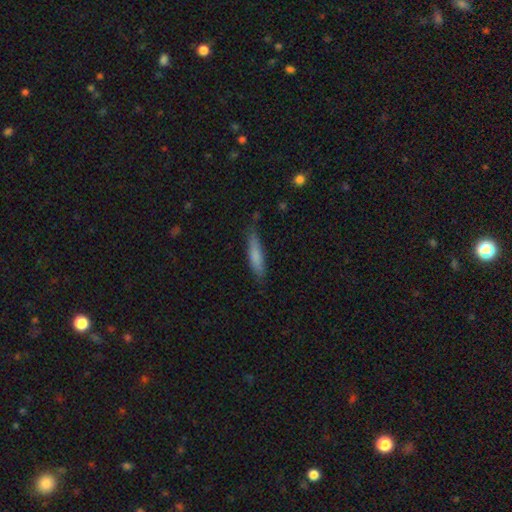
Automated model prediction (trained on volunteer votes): Morphology: type=smooth (76%); roundness=cigar-shaped (84%); merging=none (71%).